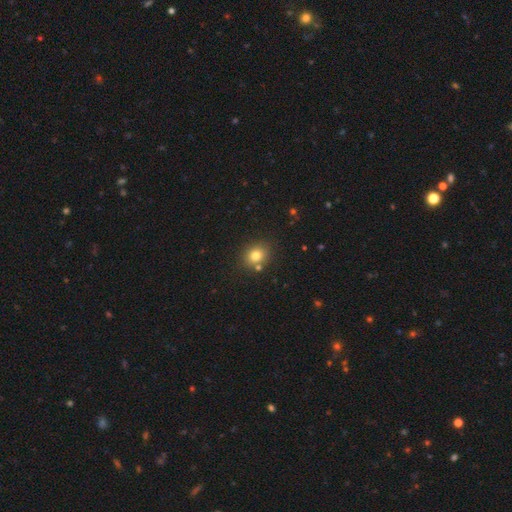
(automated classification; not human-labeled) Smooth or featured? Predicted: smooth (p=0.78). How rounded? Predicted: round (p=0.62). Merging? Predicted: none (p=0.78).